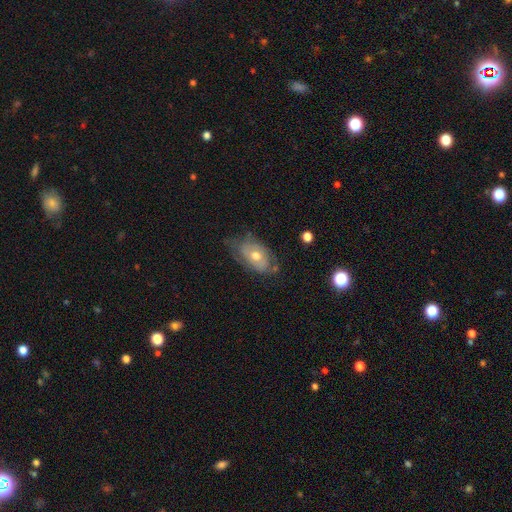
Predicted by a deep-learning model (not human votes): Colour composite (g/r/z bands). It shows a featured or disk galaxy (52%). Merging: none (55%).